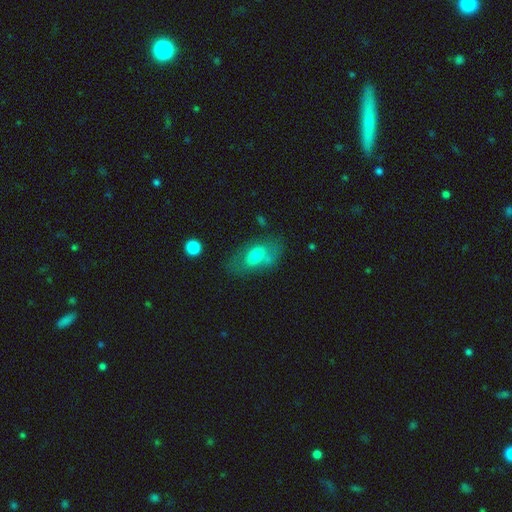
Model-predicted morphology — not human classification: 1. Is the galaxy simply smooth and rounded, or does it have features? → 58% smooth, 34% featured or disk, 8% star or artifact.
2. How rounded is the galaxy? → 87% in between, 9% round, 4% cigar-shaped.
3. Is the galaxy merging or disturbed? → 53% none, 24% minor disturbance, 16% major disturbance, 7% merger.